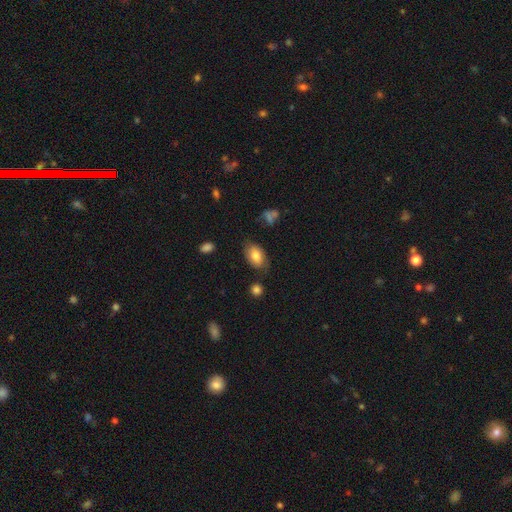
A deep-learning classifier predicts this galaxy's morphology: A smooth galaxy with no disk features (79%) that is in between round and cigar-shaped (90%).

Vote fractions:
- Smooth or featured? smooth: 79% / featured or disk: 14% / star or artifact: 7%
- How rounded? in between: 90% / round: 8% / cigar-shaped: 1%
- Merging? none: 74% / minor disturbance: 19% / major disturbance: 5% / merger: 3%